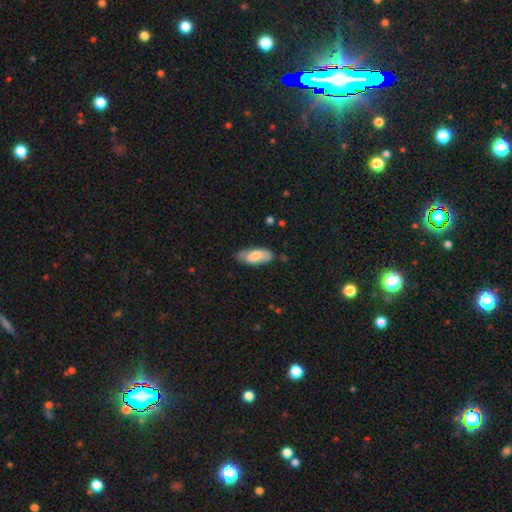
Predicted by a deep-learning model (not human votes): Q: Smooth or featured?
A: smooth (75%); runner-up: featured or disk (19%)
Q: How rounded?
A: in between (84%); runner-up: cigar-shaped (14%)
Q: Merging?
A: none (72%); runner-up: minor disturbance (22%)